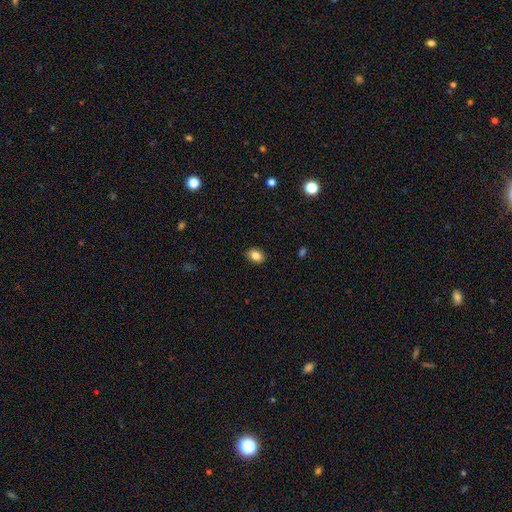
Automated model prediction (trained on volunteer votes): A smooth galaxy with no disk features (85%) that is in between round and cigar-shaped (78%).

Vote fractions:
- Smooth or featured? smooth: 85% / star or artifact: 9% / featured or disk: 7%
- How rounded? in between: 78% / round: 21% / cigar-shaped: 1%
- Merging? none: 86% / minor disturbance: 11% / major disturbance: 2% / merger: 1%